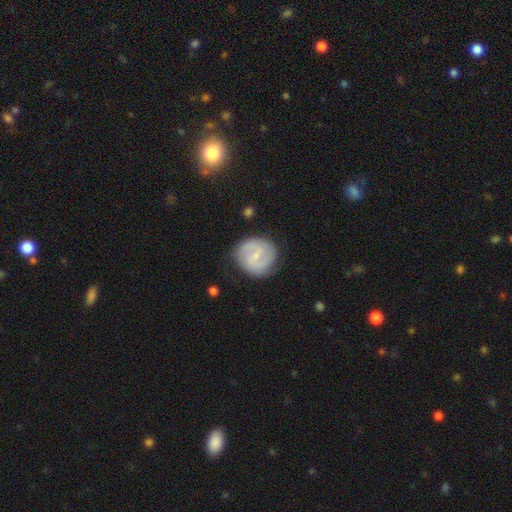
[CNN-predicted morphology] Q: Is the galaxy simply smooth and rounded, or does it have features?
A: featured or disk — 69%.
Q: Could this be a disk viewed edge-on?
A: no — 98%.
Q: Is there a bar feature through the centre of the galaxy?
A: weak — 59%.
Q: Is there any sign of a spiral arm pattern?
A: yes — 89%.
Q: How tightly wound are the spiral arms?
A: medium — 45%.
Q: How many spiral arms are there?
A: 2 — 80%.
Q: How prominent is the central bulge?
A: small — 70%.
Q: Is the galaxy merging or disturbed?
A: none — 79%.